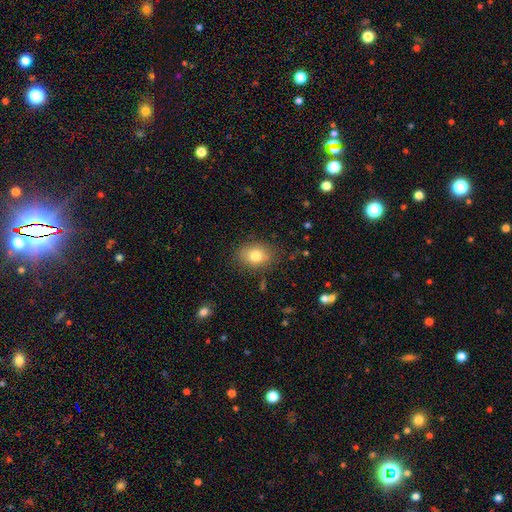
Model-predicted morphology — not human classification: smooth_or_featured: smooth (p=0.79) [alt: featured or disk p=0.11]
how_rounded: in between (p=0.65) [alt: round p=0.34]
merging: none (p=0.81) [alt: minor disturbance p=0.14]